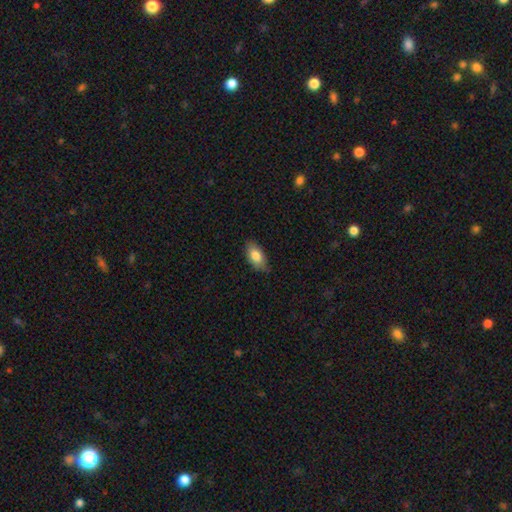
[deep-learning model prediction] Smooth or featured?
  - smooth: 82% *
  - featured or disk: 12%
  - star or artifact: 7%
How rounded?
  - in between: 91% *
  - cigar-shaped: 5%
  - round: 4%
Merging?
  - none: 78% *
  - minor disturbance: 18%
  - major disturbance: 3%
  - merger: 1%